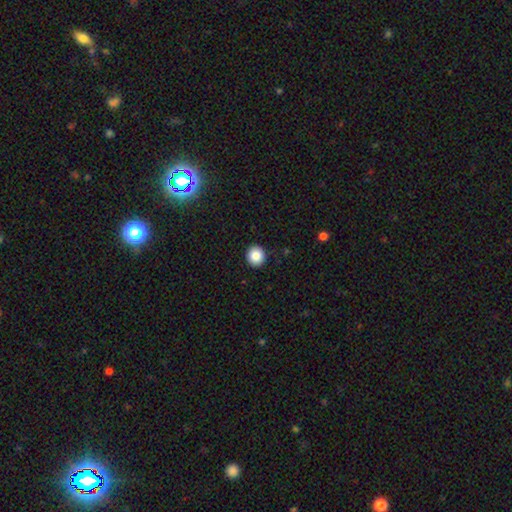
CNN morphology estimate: smooth 85%, star or artifact 10%, featured or disk 5%. Down the decision tree: how rounded — round (89%); merging — none (92%).